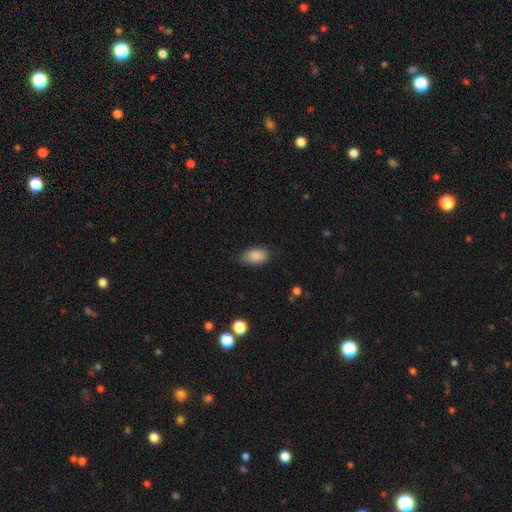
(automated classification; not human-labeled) The model was most divided on "merging": none: 71%, minor disturbance: 24%, major disturbance: 4%, merger: 1%. More confident: how rounded — in between (92%); smooth or featured — smooth (87%).